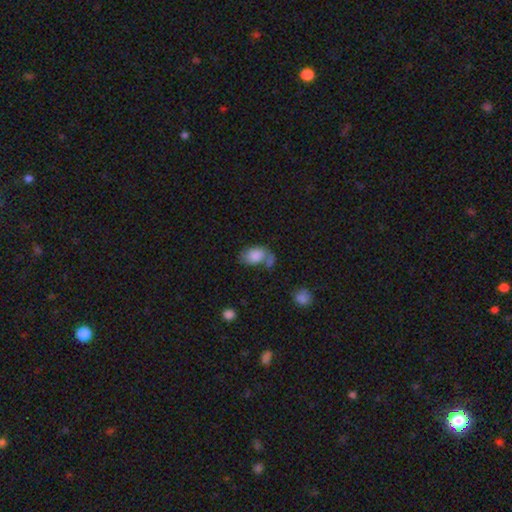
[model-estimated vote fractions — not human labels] Smooth or featured: smooth — 83% (featured or disk — 10%)
How rounded: in between — 87% (round — 11%)
Merging: none — 41% (merger — 29%)